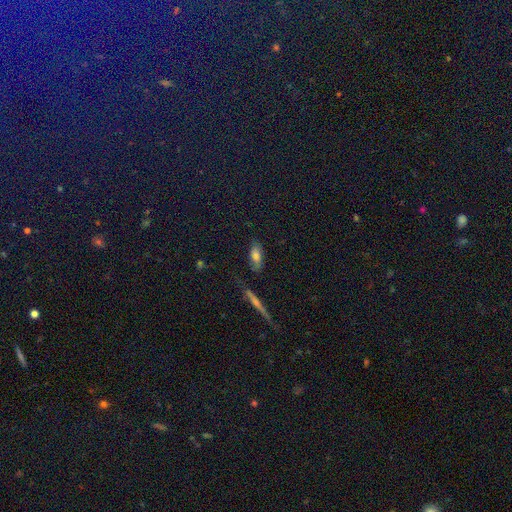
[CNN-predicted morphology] A smooth galaxy with no disk features (70%) that is in between round and cigar-shaped (79%). Merging: none (76%).